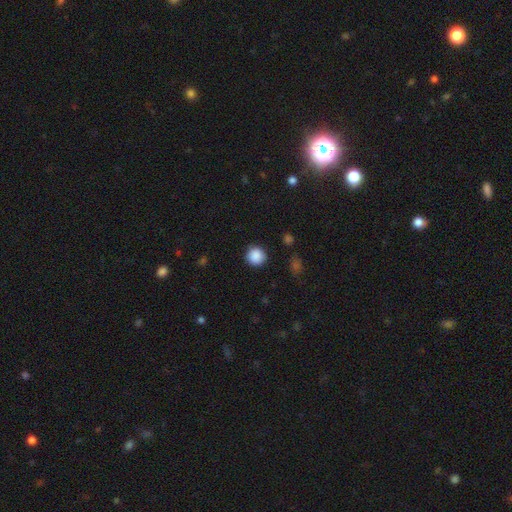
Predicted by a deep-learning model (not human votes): The model was most divided on "smooth or featured": smooth: 88%, star or artifact: 9%, featured or disk: 3%. More confident: how rounded — round (94%); merging — none (89%).